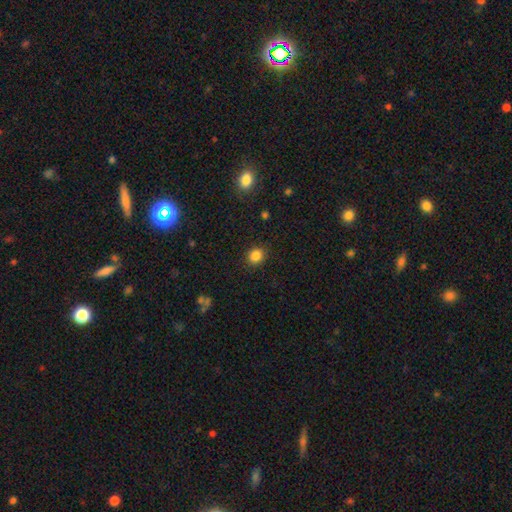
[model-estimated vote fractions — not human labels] Smooth or featured?
  - smooth: 85% *
  - star or artifact: 11%
  - featured or disk: 4%
How rounded?
  - round: 71% *
  - in between: 28%
  - cigar-shaped: 1%
Merging?
  - none: 88% *
  - minor disturbance: 8%
  - major disturbance: 3%
  - merger: 1%